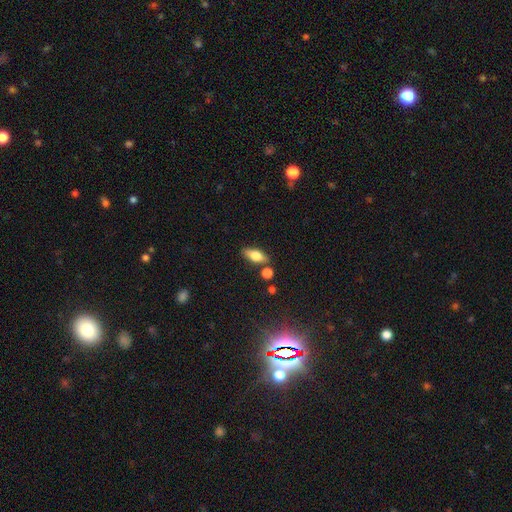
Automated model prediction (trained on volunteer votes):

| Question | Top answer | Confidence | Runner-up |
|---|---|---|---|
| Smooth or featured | smooth | 66% | featured or disk (26%) |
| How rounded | in between | 76% | cigar-shaped (20%) |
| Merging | none | 78% | minor disturbance (11%) |